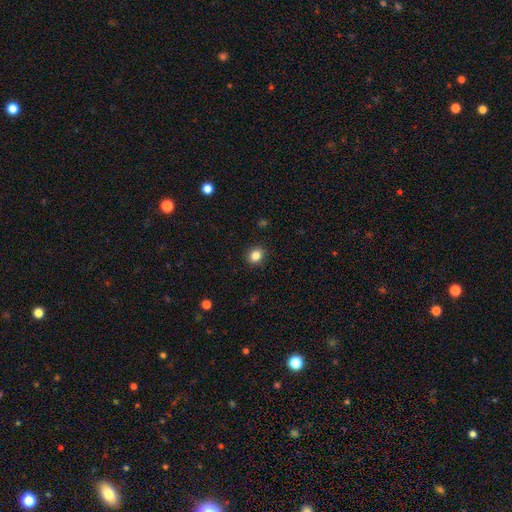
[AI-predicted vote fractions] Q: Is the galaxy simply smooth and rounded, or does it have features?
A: smooth — 84%.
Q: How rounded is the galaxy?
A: round — 66%.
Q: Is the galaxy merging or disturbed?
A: none — 91%.